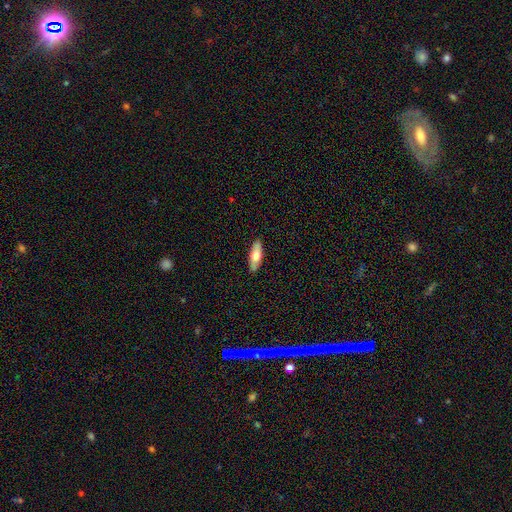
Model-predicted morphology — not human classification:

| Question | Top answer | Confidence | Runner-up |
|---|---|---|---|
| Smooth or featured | smooth | 64% | featured or disk (30%) |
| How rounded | in between | 59% | cigar-shaped (39%) |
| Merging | none | 89% | minor disturbance (8%) |